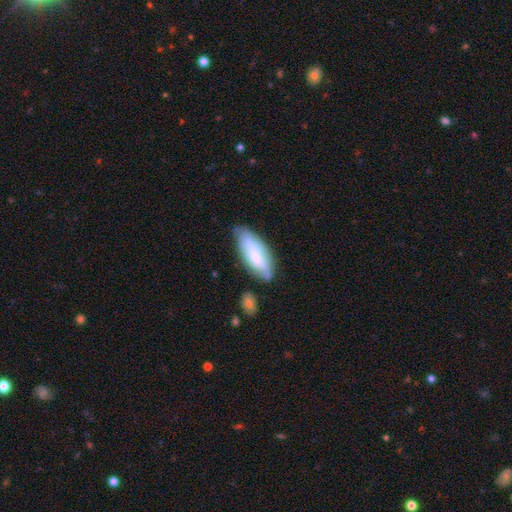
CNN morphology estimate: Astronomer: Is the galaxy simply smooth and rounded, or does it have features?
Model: smooth — 57% (runner-up: featured or disk, 36%).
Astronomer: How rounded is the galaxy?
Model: in between — 72%.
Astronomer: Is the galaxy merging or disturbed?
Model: none — 67%.